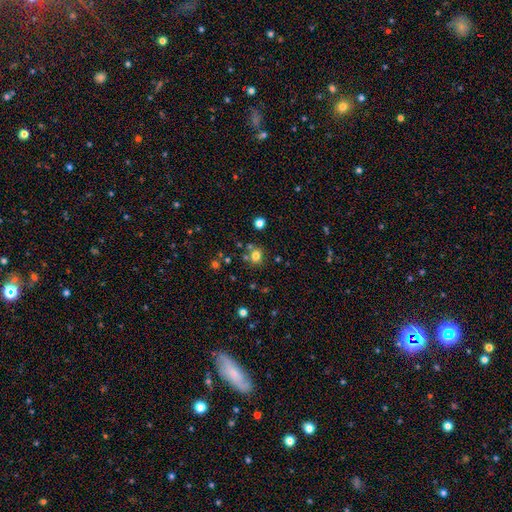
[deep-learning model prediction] Smooth or featured? Predicted: smooth (p=0.76). How rounded? Predicted: round (p=0.73). Merging? Predicted: none (p=0.72).